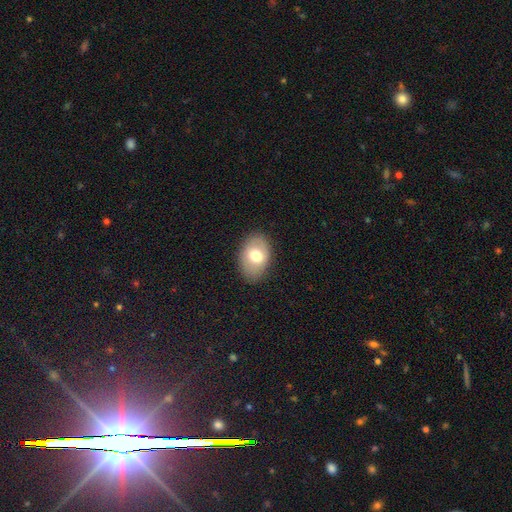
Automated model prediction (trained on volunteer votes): This is likely a smooth galaxy (70%). How rounded: clearly in between (85%). Merging: clearly none (83%).